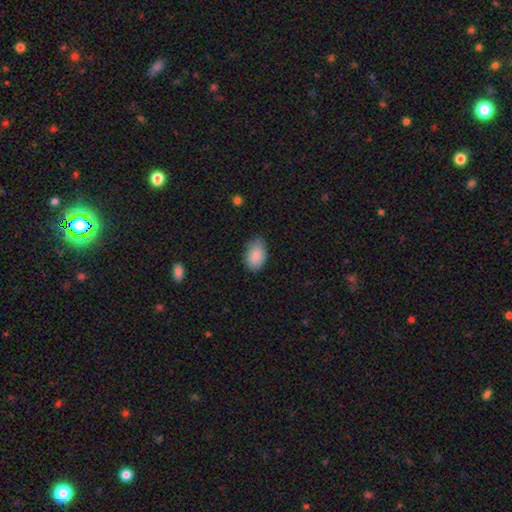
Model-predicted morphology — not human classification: A smooth galaxy with no disk features (88%) that is in between round and cigar-shaped (90%). Merging: none (76%).